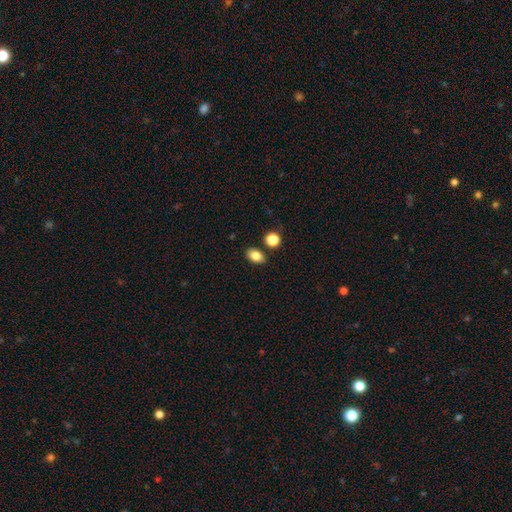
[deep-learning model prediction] Q: Smooth or featured?
A: smooth (83%); runner-up: star or artifact (10%)
Q: How rounded?
A: in between (80%); runner-up: round (19%)
Q: Merging?
A: none (82%); runner-up: minor disturbance (9%)